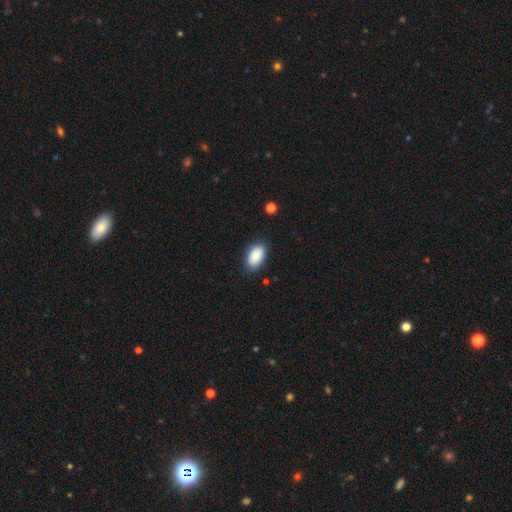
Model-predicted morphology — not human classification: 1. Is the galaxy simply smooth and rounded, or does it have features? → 89% smooth, 7% star or artifact, 4% featured or disk.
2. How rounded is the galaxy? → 94% in between, 4% round, 2% cigar-shaped.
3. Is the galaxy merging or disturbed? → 83% none, 13% minor disturbance, 3% major disturbance, 1% merger.